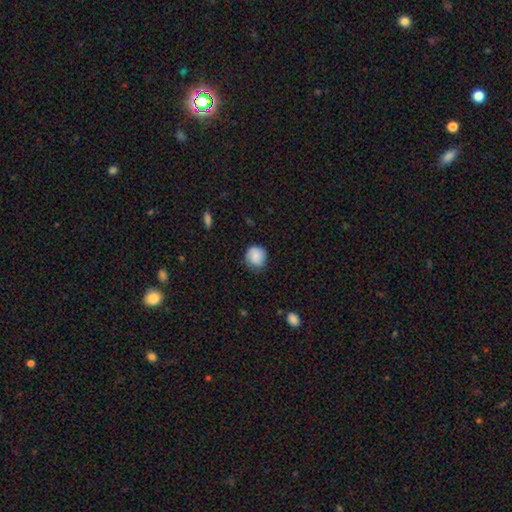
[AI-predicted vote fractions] Smooth or featured: smooth — 87% (star or artifact — 8%)
How rounded: round — 88% (in between — 12%)
Merging: none — 75% (minor disturbance — 21%)